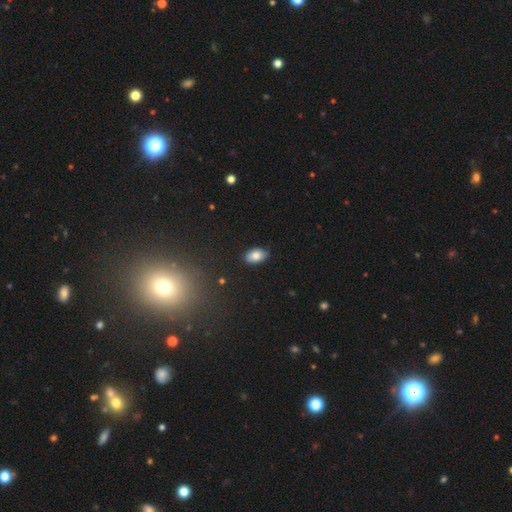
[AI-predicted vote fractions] A smooth galaxy with no disk features (81%) that is in between round and cigar-shaped (92%).

Vote fractions:
- Smooth or featured? smooth: 81% / featured or disk: 10% / star or artifact: 8%
- How rounded? in between: 92% / round: 6% / cigar-shaped: 2%
- Merging? none: 85% / minor disturbance: 12% / major disturbance: 2% / merger: 1%